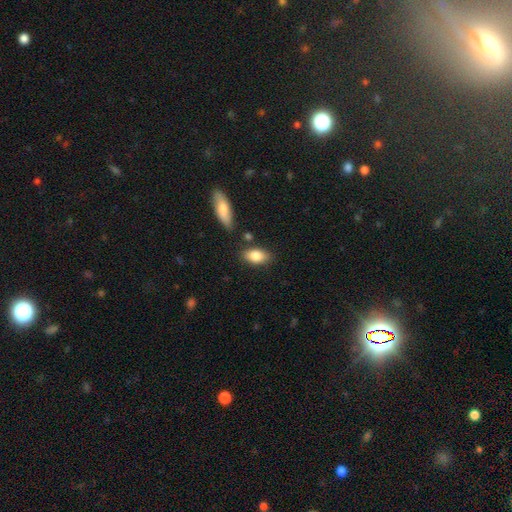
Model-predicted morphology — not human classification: This is clearly a smooth galaxy (83%). How rounded: clearly in between (89%). Merging: likely none (77%).